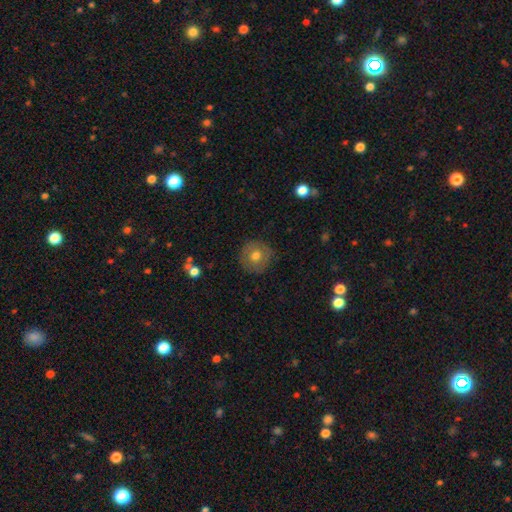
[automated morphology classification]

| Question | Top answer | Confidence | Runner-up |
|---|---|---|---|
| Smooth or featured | smooth | 68% | featured or disk (23%) |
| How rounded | round | 94% | in between (5%) |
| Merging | none | 88% | minor disturbance (9%) |